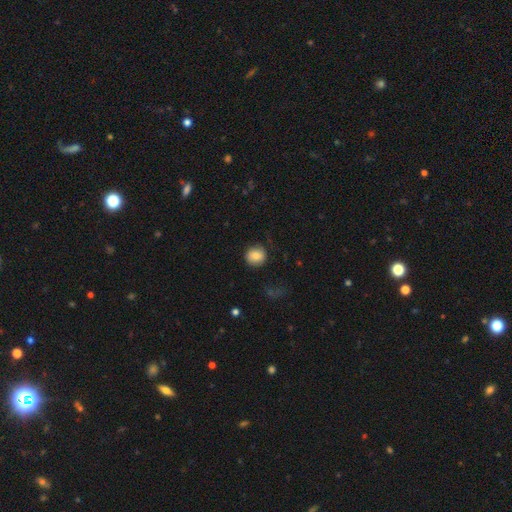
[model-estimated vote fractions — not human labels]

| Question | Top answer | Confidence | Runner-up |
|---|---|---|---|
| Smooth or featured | smooth | 82% | featured or disk (10%) |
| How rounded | round | 89% | in between (10%) |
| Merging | none | 77% | minor disturbance (15%) |